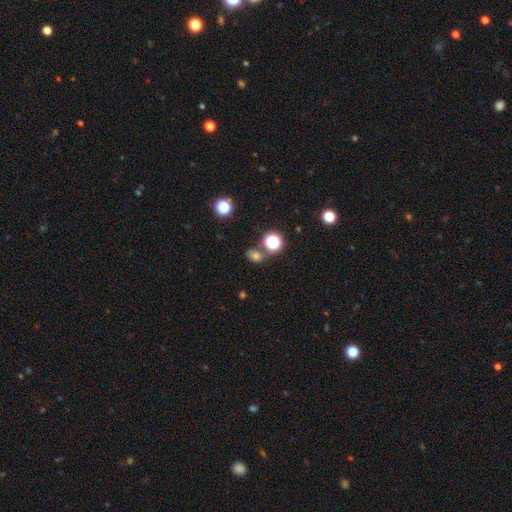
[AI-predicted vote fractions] A smooth galaxy with no disk features (60%) that is round (50%).

Vote fractions:
- Smooth or featured? smooth: 60% / star or artifact: 30% / featured or disk: 9%
- How rounded? round: 50% / in between: 49% / cigar-shaped: 2%
- Merging? none: 69% / merger: 14% / minor disturbance: 12% / major disturbance: 5%